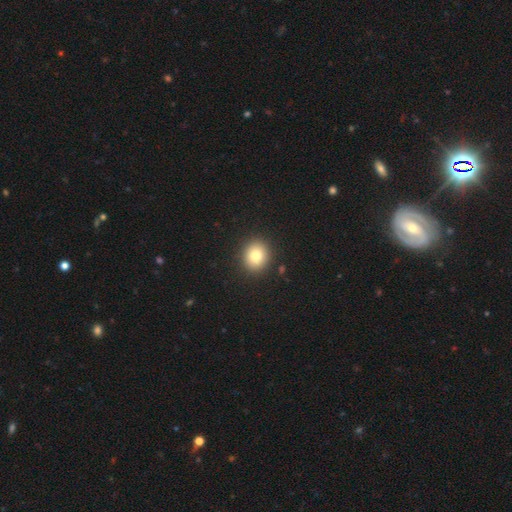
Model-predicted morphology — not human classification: Smooth or featured?
  - smooth: 80% *
  - star or artifact: 10%
  - featured or disk: 9%
How rounded?
  - round: 79% *
  - in between: 21%
  - cigar-shaped: 1%
Merging?
  - none: 91% *
  - minor disturbance: 6%
  - major disturbance: 2%
  - merger: 1%